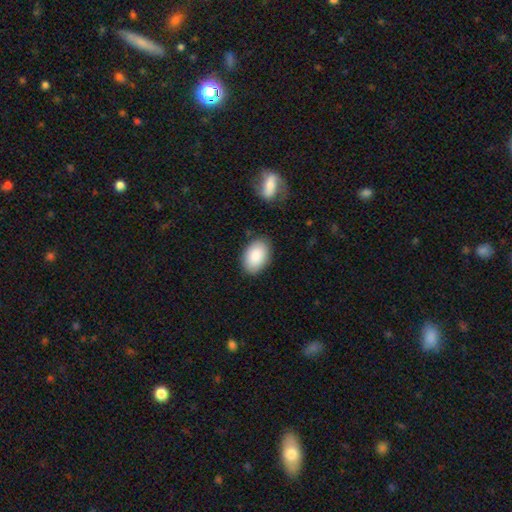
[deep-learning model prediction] Smooth or featured?
  - smooth: 88% *
  - star or artifact: 6%
  - featured or disk: 6%
How rounded?
  - in between: 90% *
  - round: 8%
  - cigar-shaped: 1%
Merging?
  - none: 84% *
  - minor disturbance: 11%
  - major disturbance: 3%
  - merger: 2%